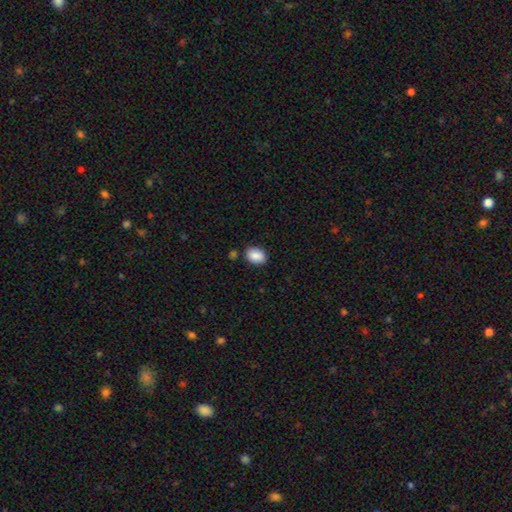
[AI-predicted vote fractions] A smooth galaxy with no disk features (88%) that is in between round and cigar-shaped (76%).

Vote fractions:
- Smooth or featured? smooth: 88% / star or artifact: 7% / featured or disk: 4%
- How rounded? in between: 76% / round: 23% / cigar-shaped: 1%
- Merging? none: 82% / minor disturbance: 11% / merger: 4% / major disturbance: 3%